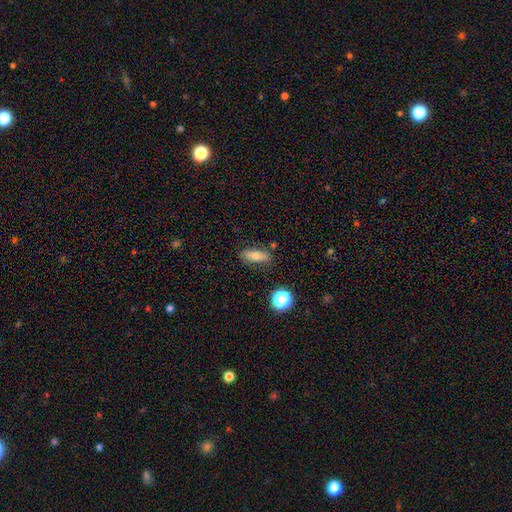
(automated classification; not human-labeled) This is likely a smooth galaxy (67%). How rounded: likely in between (65%). Merging: likely none (77%).